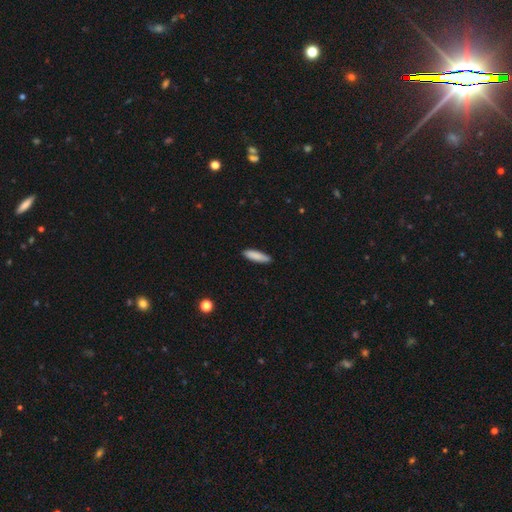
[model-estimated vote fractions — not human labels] smooth-or-featured: smooth: 86% | featured or disk: 8% | star or artifact: 6%
  how-rounded: cigar-shaped: 65% | in between: 33% | round: 1%
  merging: none: 86% | minor disturbance: 11% | major disturbance: 2% | merger: 1%